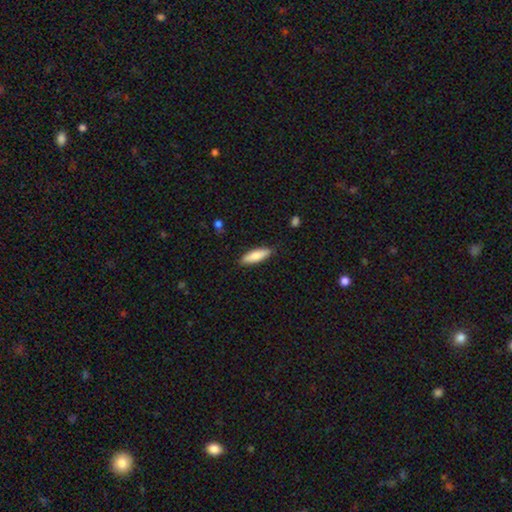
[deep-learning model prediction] Overall: smooth (81%). How rounded: cigar-shaped (54%; in between 44%). Merging: none (87%).